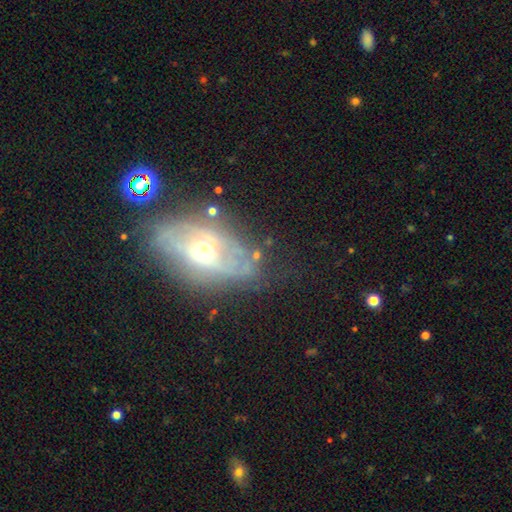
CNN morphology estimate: Smooth or featured?
  - featured or disk: 64% *
  - smooth: 23%
  - star or artifact: 13%
Edge-on disk?
  - no: 83% *
  - yes: 17%
Bar?
  - no: 62% *
  - weak: 24%
  - strong: 14%
Spiral arms?
  - no: 51% *
  - yes: 49%
Bulge size?
  - moderate: 67% *
  - small: 20%
  - large: 9%
  - dominant: 2%
  - none: 2%
Merging?
  - none: 58% *
  - minor disturbance: 20%
  - major disturbance: 16%
  - merger: 6%